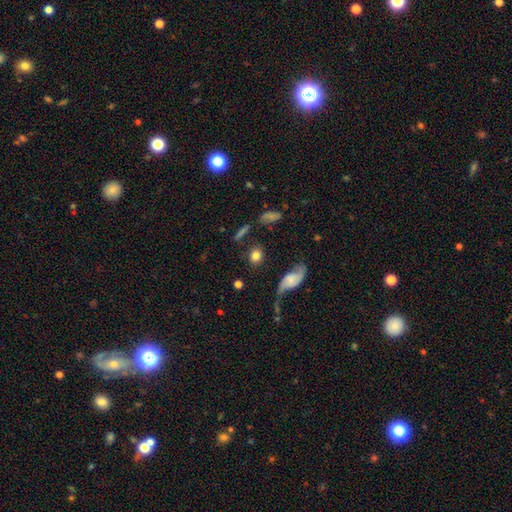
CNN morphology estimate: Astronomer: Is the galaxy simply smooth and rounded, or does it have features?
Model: smooth — 75%.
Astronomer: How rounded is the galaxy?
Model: round — 59% (runner-up: in between, 38%).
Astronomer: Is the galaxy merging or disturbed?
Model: none — 74%.